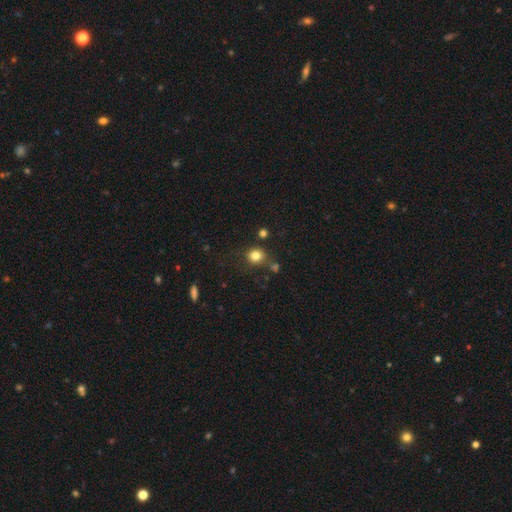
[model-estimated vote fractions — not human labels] This appears to be a smooth galaxy with no disk features (81%) that is round (75%). Merging: none (71%).